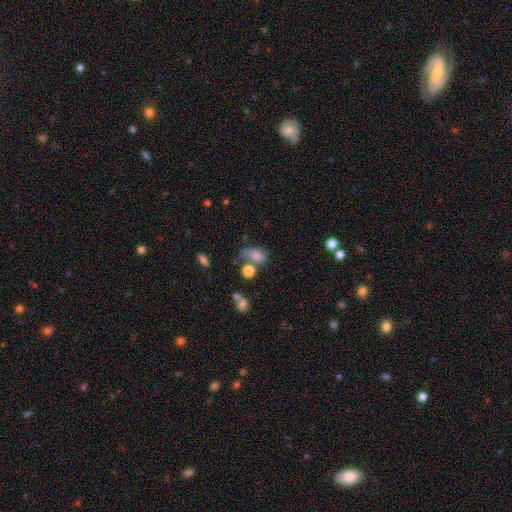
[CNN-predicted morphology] This is likely a smooth galaxy (78%). How rounded: likely in between (71%). Merging: marginally none (36%).